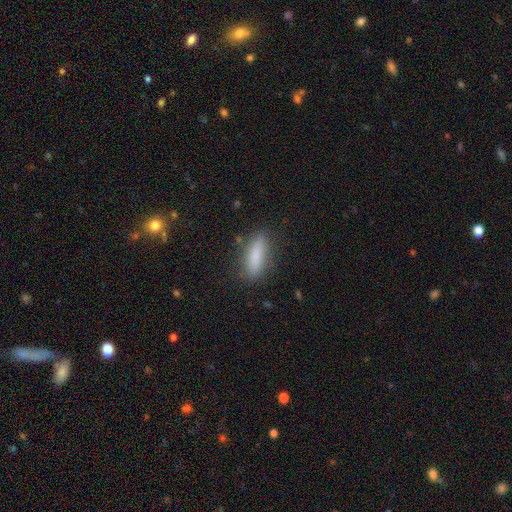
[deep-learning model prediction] smooth 79%, featured or disk 14%, star or artifact 7%. Down the decision tree: how rounded — cigar-shaped (61%); merging — none (82%).